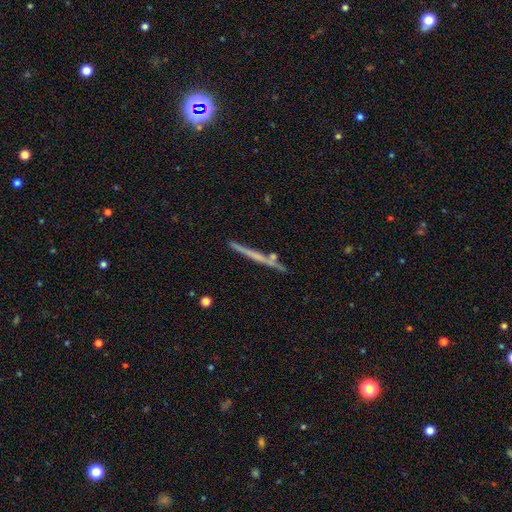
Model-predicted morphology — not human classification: smooth-or-featured: featured or disk: 54% | smooth: 38% | star or artifact: 8%
  disk-edge-on: yes: 97% | no: 3%
    edge-on-bulge: none: 80% | rounded: 14% | boxy: 5%
  merging: none: 83% | minor disturbance: 10% | merger: 5% | major disturbance: 2%